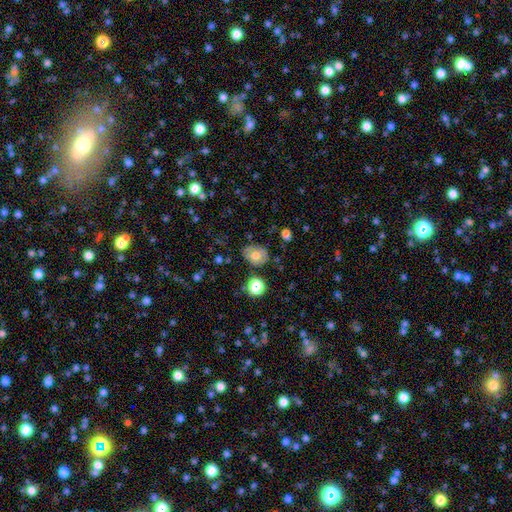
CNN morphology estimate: Overall: smooth (63%; featured or disk 26%). How rounded: in between (55%; round 44%). Merging: none (69%).